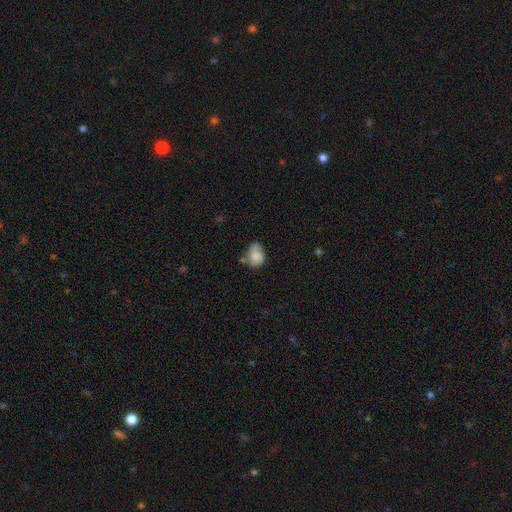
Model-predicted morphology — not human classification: smooth 68%, featured or disk 23%, star or artifact 9%. Down the decision tree: how rounded — in between (65%); merging — none (38%).